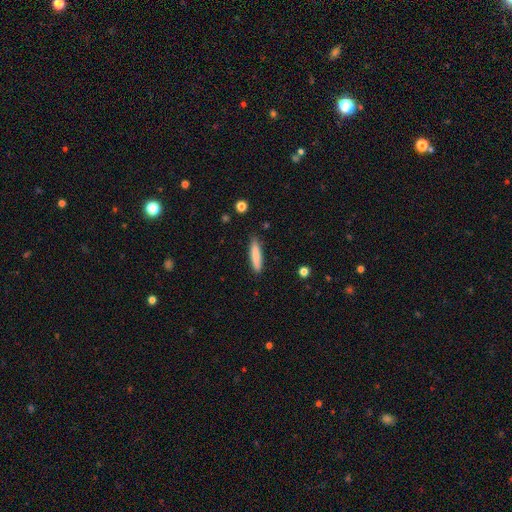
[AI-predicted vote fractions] Smooth or featured? smooth (82%)
How rounded? cigar-shaped (84%)
Merging? none (86%)